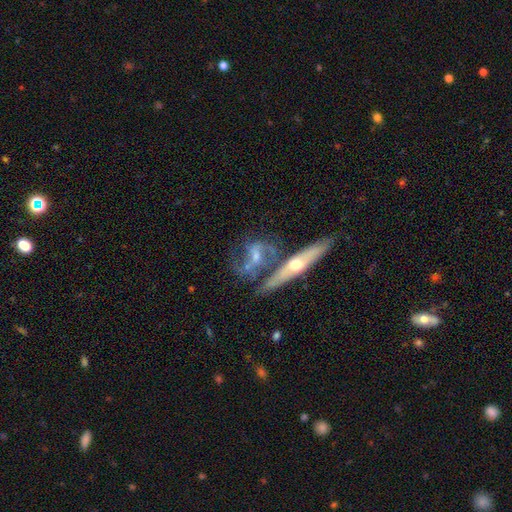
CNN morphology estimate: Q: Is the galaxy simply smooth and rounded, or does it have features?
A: featured or disk — 75%.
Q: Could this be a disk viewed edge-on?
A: no — 65%.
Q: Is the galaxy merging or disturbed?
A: none — 44%.